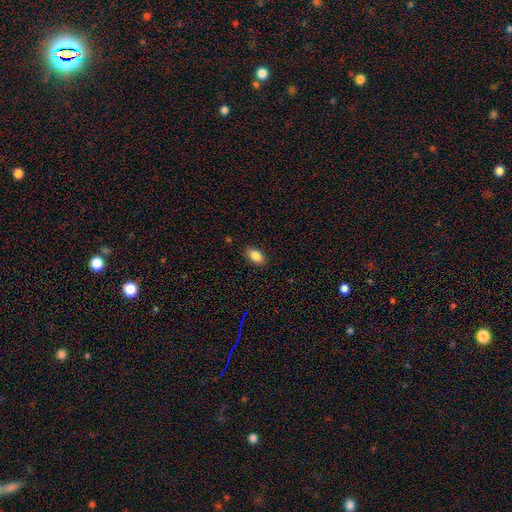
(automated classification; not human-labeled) Smooth or featured: smooth — 87% (star or artifact — 8%)
How rounded: in between — 90% (round — 7%)
Merging: none — 85% (minor disturbance — 12%)